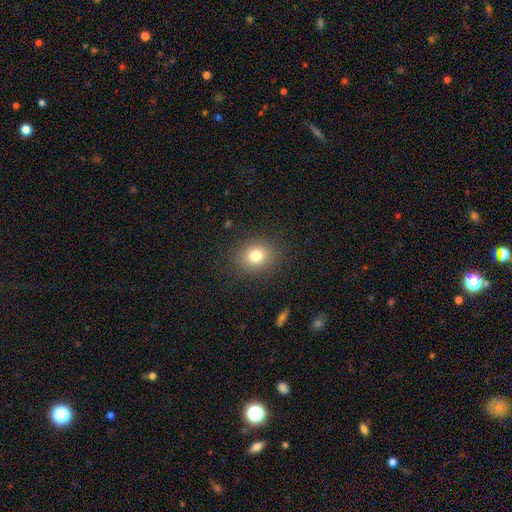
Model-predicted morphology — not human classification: Smooth or featured?
  - smooth: 79% *
  - star or artifact: 12%
  - featured or disk: 8%
How rounded?
  - round: 65% *
  - in between: 34%
  - cigar-shaped: 1%
Merging?
  - none: 87% *
  - minor disturbance: 9%
  - major disturbance: 3%
  - merger: 1%